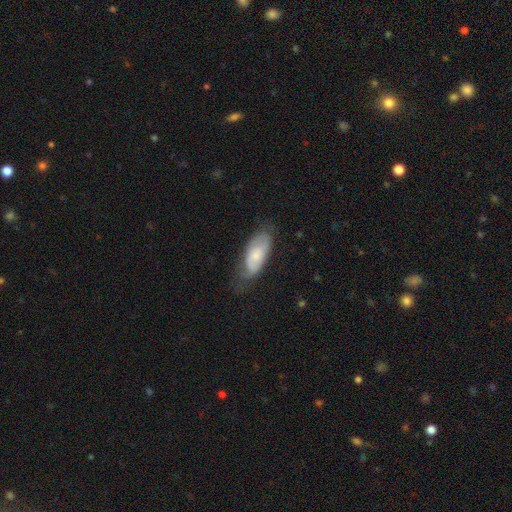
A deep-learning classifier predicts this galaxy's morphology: The model was most divided on "smooth or featured": smooth: 60%, featured or disk: 34%, star or artifact: 7%. More confident: how rounded — in between (84%); merging — none (58%).